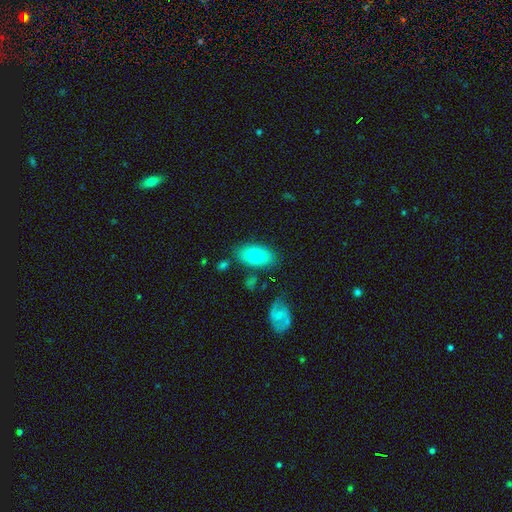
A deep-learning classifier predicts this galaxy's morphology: smooth_or_featured: smooth (p=0.74) [alt: featured or disk p=0.19]
how_rounded: in between (p=0.91) [alt: round p=0.06]
merging: none (p=0.78) [alt: minor disturbance p=0.13]